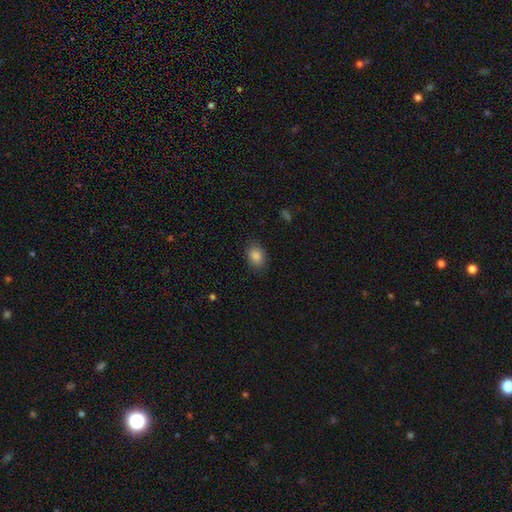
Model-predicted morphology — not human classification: smooth 85%, star or artifact 9%, featured or disk 5%. Down the decision tree: how rounded — in between (71%); merging — none (85%).